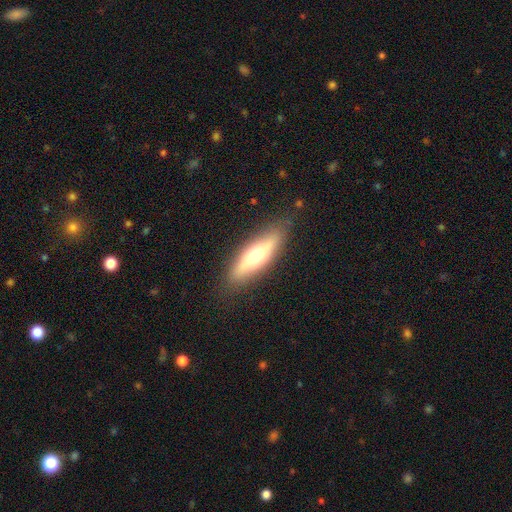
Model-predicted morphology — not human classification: This appears to be a smooth galaxy with no disk features (53%) that is cigar-shaped (57%). Merging: none (84%).